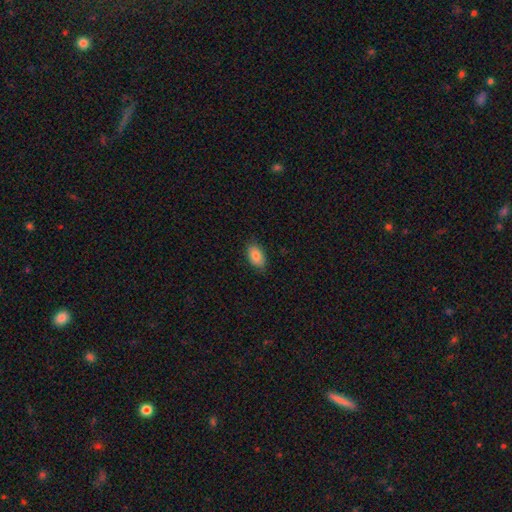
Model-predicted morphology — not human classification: Q: Smooth or featured?
A: smooth (85%); runner-up: featured or disk (8%)
Q: How rounded?
A: in between (92%); runner-up: round (6%)
Q: Merging?
A: none (82%); runner-up: minor disturbance (14%)